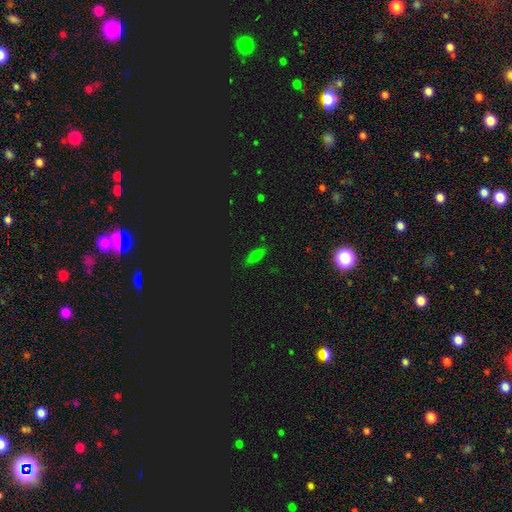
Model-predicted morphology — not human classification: Smooth or featured? Predicted: smooth (p=0.67). How rounded? Predicted: in between (p=0.63). Merging? Predicted: none (p=0.85).